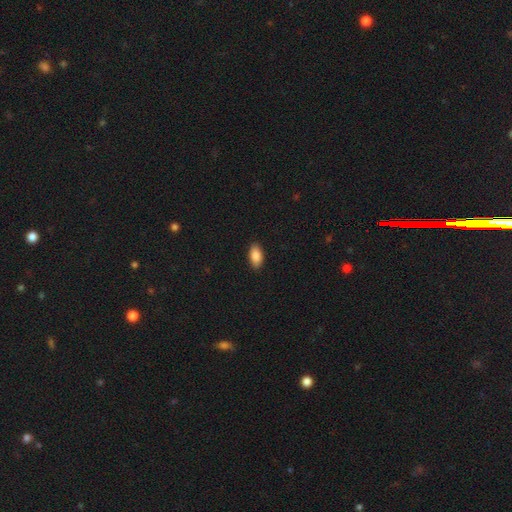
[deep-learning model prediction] A smooth galaxy with no disk features (87%) that is in between round and cigar-shaped (92%). Merging: none (90%).